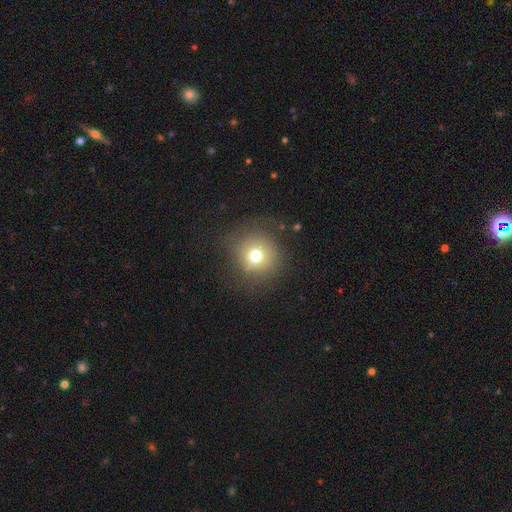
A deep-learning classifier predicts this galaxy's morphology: A smooth galaxy with no disk features (72%) that is round (91%).

Vote fractions:
- Smooth or featured? smooth: 72% / star or artifact: 15% / featured or disk: 13%
- How rounded? round: 91% / in between: 8% / cigar-shaped: 1%
- Merging? none: 78% / minor disturbance: 13% / major disturbance: 8% / merger: 1%